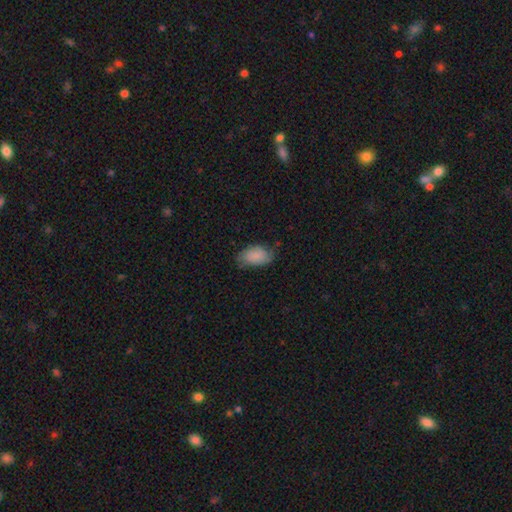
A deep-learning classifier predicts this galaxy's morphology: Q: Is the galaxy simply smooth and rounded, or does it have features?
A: smooth — 82%.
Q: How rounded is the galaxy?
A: in between — 93%.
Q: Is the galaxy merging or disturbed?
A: none — 64%.